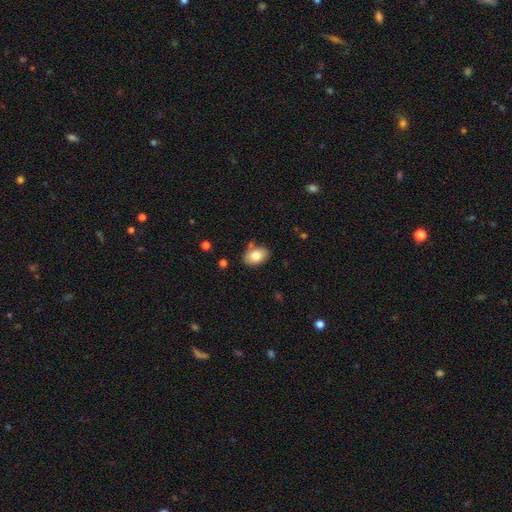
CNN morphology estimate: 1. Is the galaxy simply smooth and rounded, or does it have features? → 80% smooth, 13% featured or disk, 8% star or artifact.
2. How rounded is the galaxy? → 86% in between, 13% round, 1% cigar-shaped.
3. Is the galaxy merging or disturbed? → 76% none, 15% minor disturbance, 6% merger, 3% major disturbance.